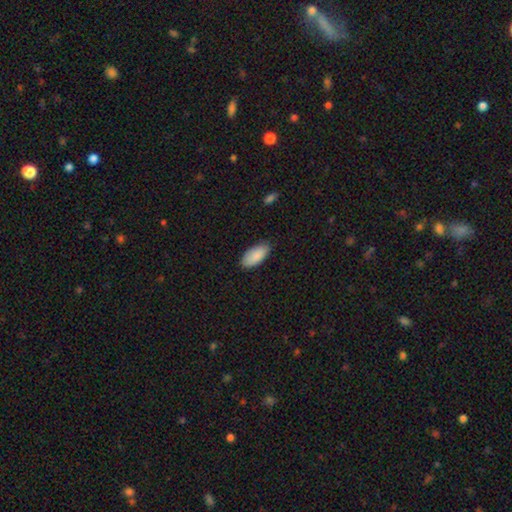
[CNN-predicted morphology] This appears to be a smooth galaxy with no disk features (90%) that is in between round and cigar-shaped (92%). Merging: none (84%).